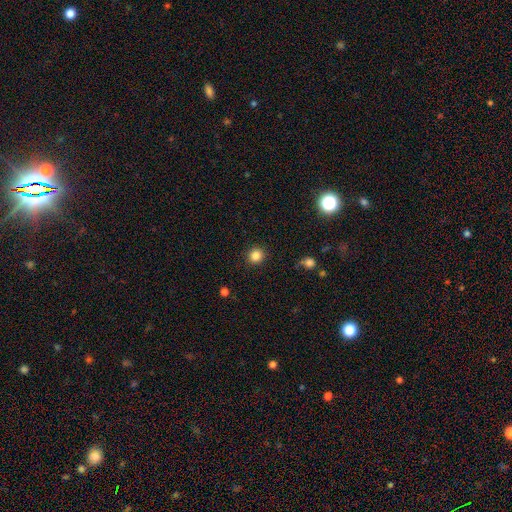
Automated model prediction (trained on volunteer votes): Smooth or featured? Predicted: smooth (p=0.84). How rounded? Predicted: round (p=0.90). Merging? Predicted: none (p=0.90).